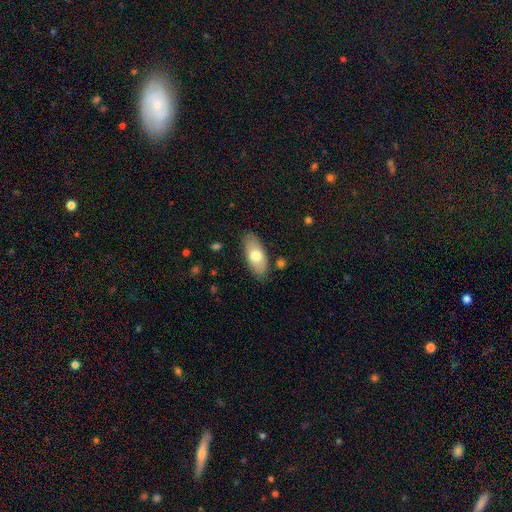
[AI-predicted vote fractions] A smooth galaxy with no disk features (72%) that is in between round and cigar-shaped (87%). Merging: none (84%).